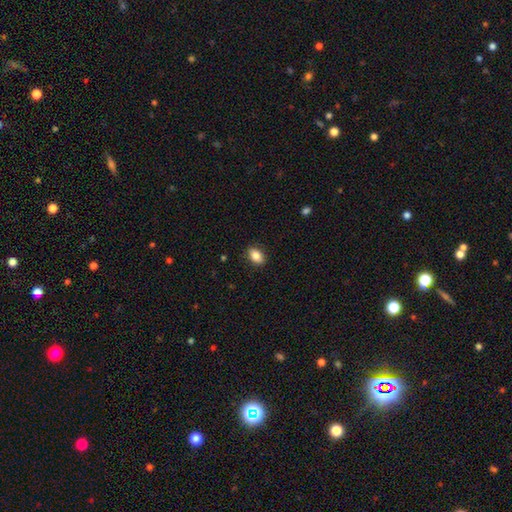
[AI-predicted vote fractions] This appears to be a smooth galaxy with no disk features (84%) that is in between round and cigar-shaped (86%). Merging: none (87%).